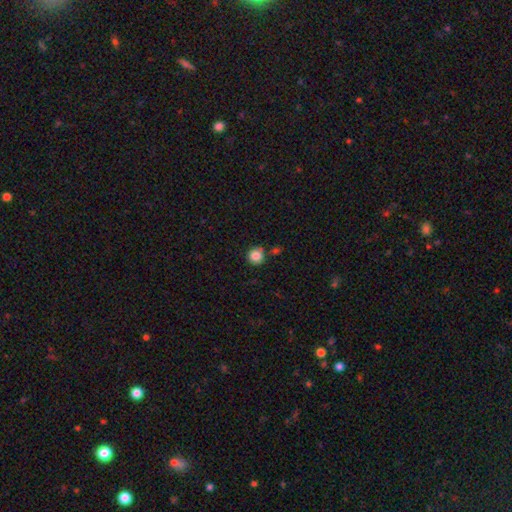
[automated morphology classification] smooth-or-featured: smooth: 86% | star or artifact: 9% | featured or disk: 4%
  how-rounded: round: 93% | in between: 6% | cigar-shaped: 1%
  merging: none: 78% | minor disturbance: 11% | merger: 8% | major disturbance: 3%